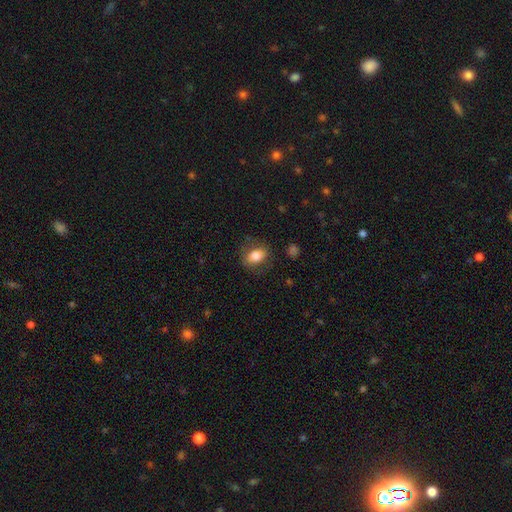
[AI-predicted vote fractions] This appears to be a smooth galaxy with no disk features (77%) that is in between round and cigar-shaped (75%). Merging: none (78%).